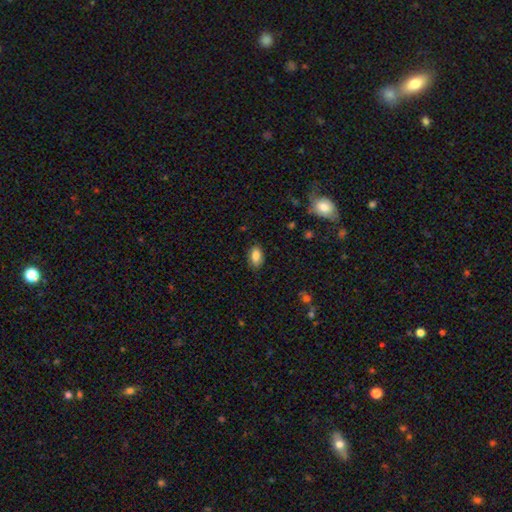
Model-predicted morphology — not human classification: This appears to be a smooth galaxy with no disk features (84%) that is in between round and cigar-shaped (91%). Merging: none (84%).